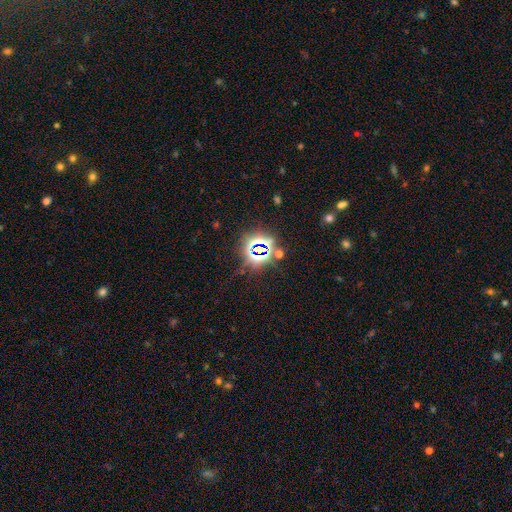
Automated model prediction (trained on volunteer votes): smooth_or_featured: star or artifact (p=0.78) [alt: smooth p=0.14]